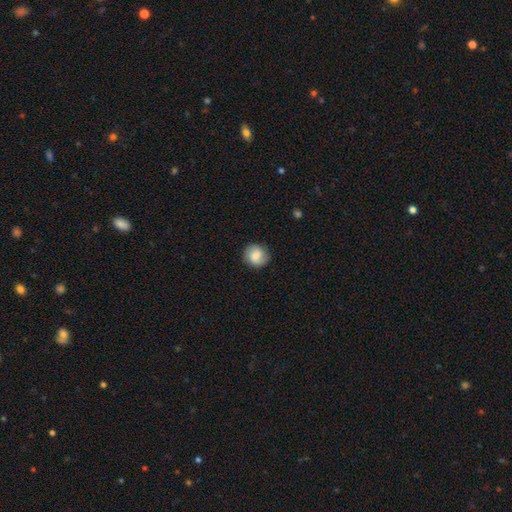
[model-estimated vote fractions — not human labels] smooth 73%, featured or disk 20%, star or artifact 8%. Down the decision tree: how rounded — round (86%); merging — none (85%).